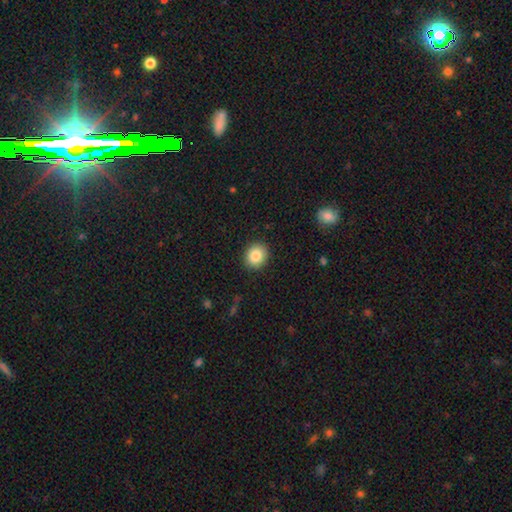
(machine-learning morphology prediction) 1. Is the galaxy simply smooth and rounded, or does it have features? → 85% smooth, 9% star or artifact, 6% featured or disk.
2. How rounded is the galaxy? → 74% round, 25% in between, 1% cigar-shaped.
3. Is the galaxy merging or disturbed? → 91% none, 7% minor disturbance, 2% major disturbance, 1% merger.